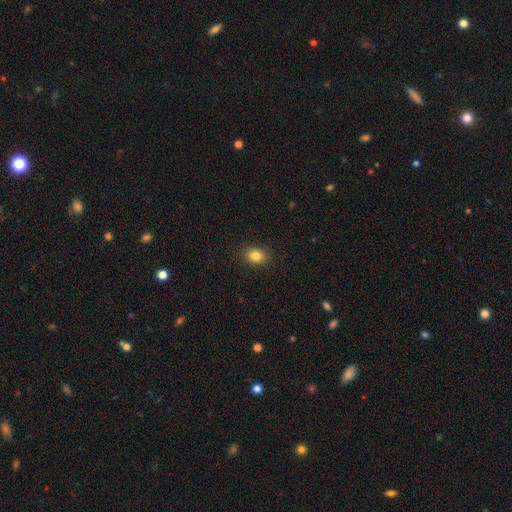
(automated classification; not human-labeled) This is clearly a smooth galaxy (83%). How rounded: possibly in between (54%). Merging: clearly none (90%).